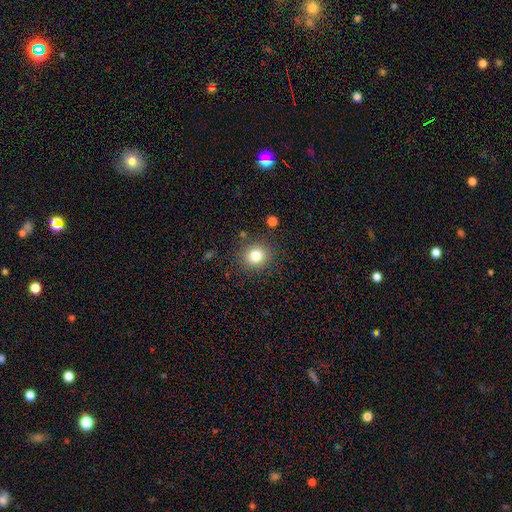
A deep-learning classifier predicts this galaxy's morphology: type=smooth (81%); roundness=round (87%); merging=none (87%).